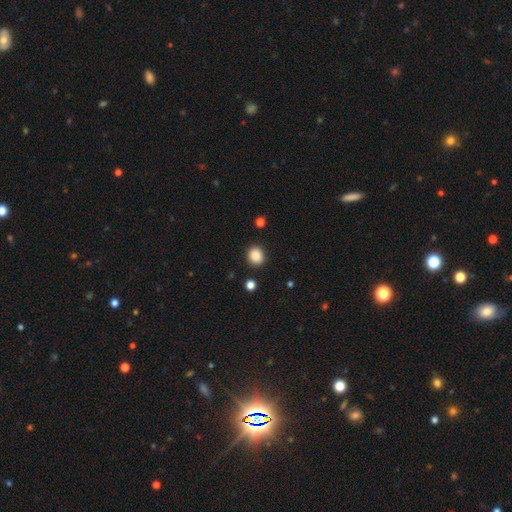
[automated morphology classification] The model was most divided on "how rounded": round: 72%, in between: 27%, cigar-shaped: 1%. More confident: merging — none (89%); smooth or featured — smooth (88%).